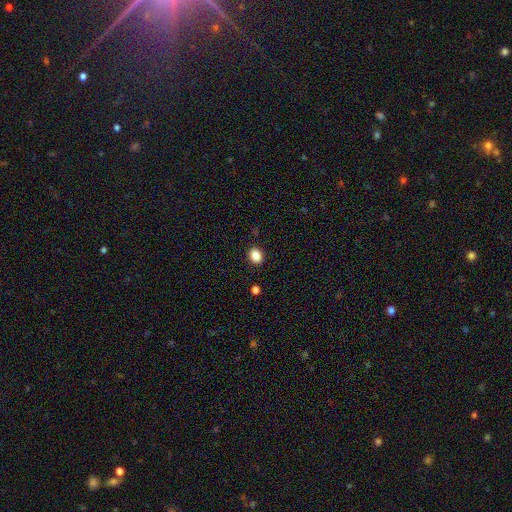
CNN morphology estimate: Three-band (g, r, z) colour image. It shows a smooth galaxy with no disk features (87%) that is in between round and cigar-shaped (54%). Merging: none (88%).